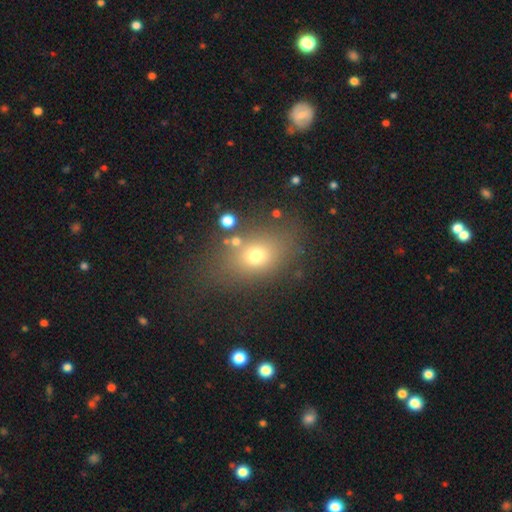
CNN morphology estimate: smooth-or-featured: smooth: 68% | star or artifact: 18% | featured or disk: 14%
  how-rounded: in between: 61% | round: 37% | cigar-shaped: 2%
  merging: none: 73% | minor disturbance: 13% | major disturbance: 8% | merger: 6%